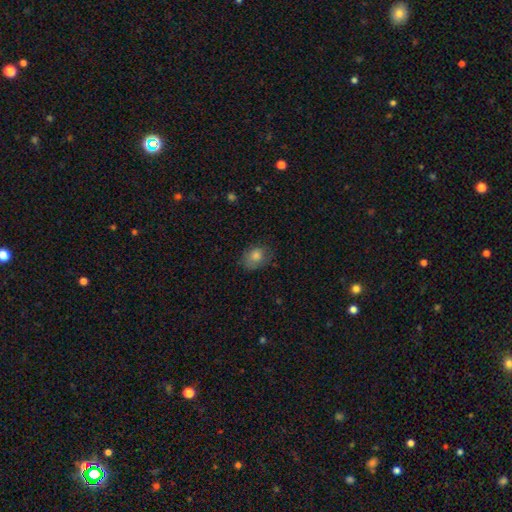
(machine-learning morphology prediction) The model was most divided on "how rounded": in between: 56%, round: 43%, cigar-shaped: 1%. More confident: smooth or featured — smooth (77%); merging — none (73%).